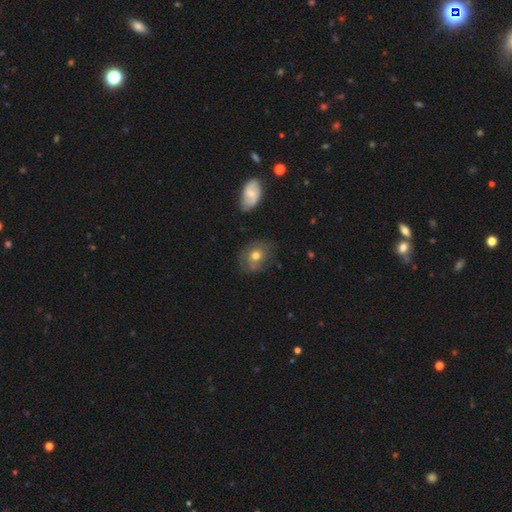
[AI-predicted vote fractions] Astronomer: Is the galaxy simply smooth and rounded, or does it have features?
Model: smooth — 59%.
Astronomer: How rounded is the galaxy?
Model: round — 58% (runner-up: in between, 41%).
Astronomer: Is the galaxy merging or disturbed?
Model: none — 67%.